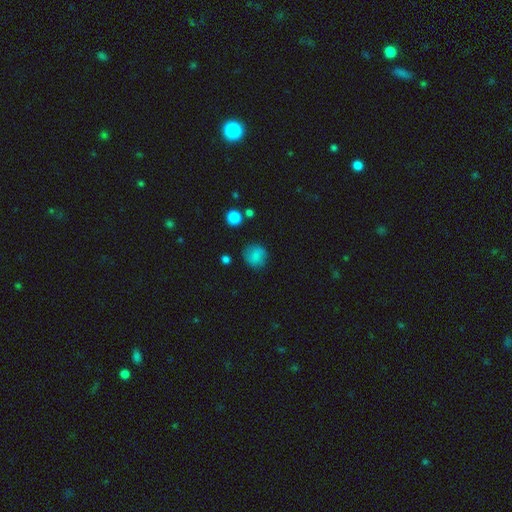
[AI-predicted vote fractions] A smooth galaxy with no disk features (79%) that is round (85%).

Vote fractions:
- Smooth or featured? smooth: 79% / star or artifact: 11% / featured or disk: 10%
- How rounded? round: 85% / in between: 14% / cigar-shaped: 1%
- Merging? none: 78% / minor disturbance: 15% / major disturbance: 5% / merger: 2%